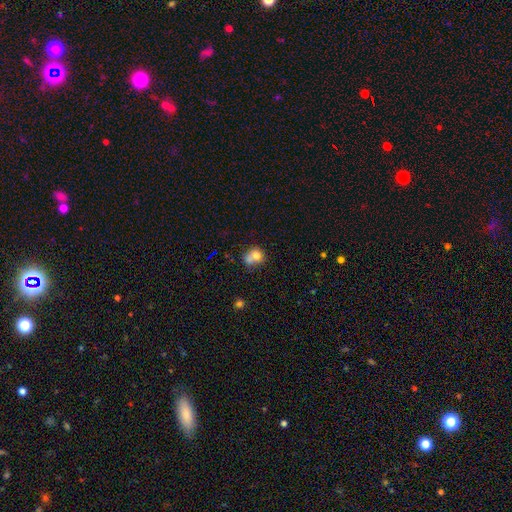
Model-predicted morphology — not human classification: smooth-or-featured: smooth: 72% | featured or disk: 17% | star or artifact: 11%
  how-rounded: round: 68% | in between: 31% | cigar-shaped: 1%
  merging: merger: 49% | none: 31% | minor disturbance: 13% | major disturbance: 7%